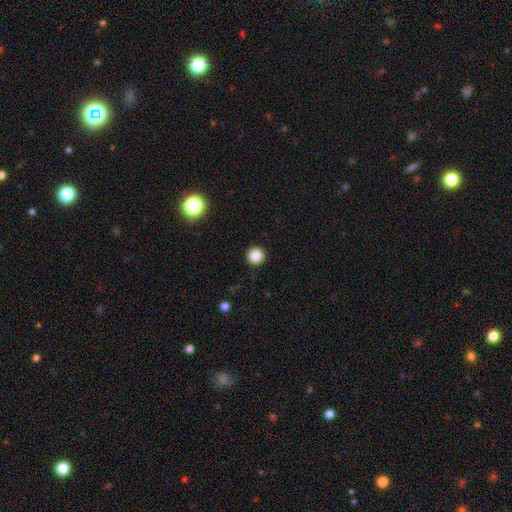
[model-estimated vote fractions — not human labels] A smooth galaxy with no disk features (85%) that is round (95%). Merging: none (92%).